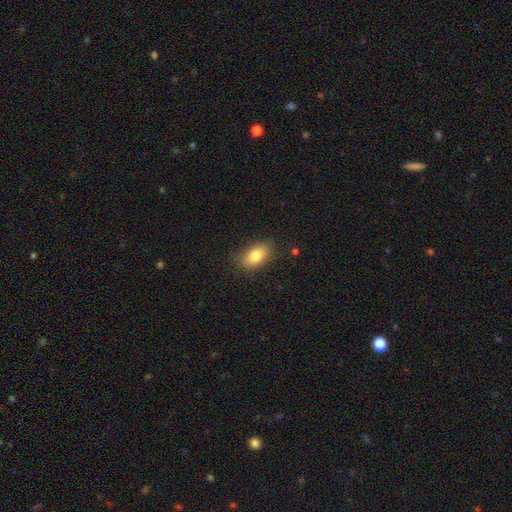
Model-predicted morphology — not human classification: Smooth or featured: smooth — 80% (featured or disk — 11%)
How rounded: in between — 88% (round — 9%)
Merging: none — 79% (minor disturbance — 16%)